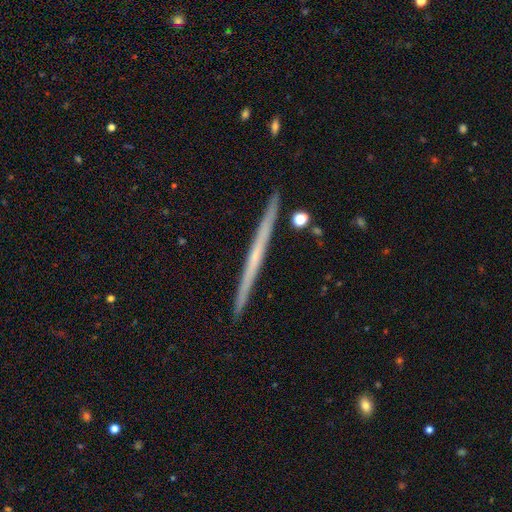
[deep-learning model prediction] smooth_or_featured: featured or disk (p=0.67) [alt: smooth p=0.27]
disk_edge_on: yes (p=0.98) [alt: no p=0.02]
edge_on_bulge: none (p=0.77) [alt: rounded p=0.19]
merging: none (p=0.92) [alt: minor disturbance p=0.06]